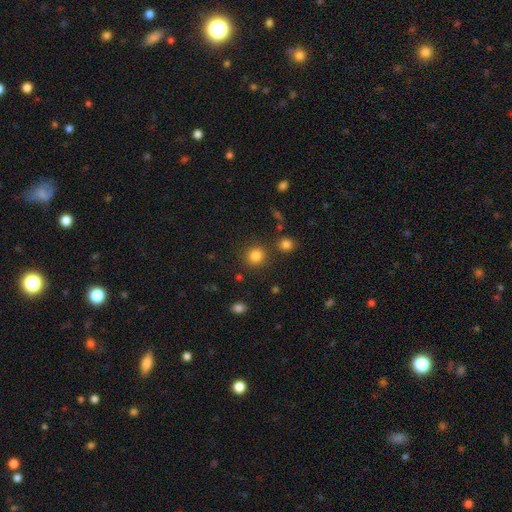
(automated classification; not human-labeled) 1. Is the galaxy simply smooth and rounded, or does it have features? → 83% smooth, 12% star or artifact, 5% featured or disk.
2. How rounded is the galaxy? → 91% round, 8% in between, 1% cigar-shaped.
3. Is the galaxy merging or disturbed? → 85% none, 7% minor disturbance, 5% merger, 3% major disturbance.